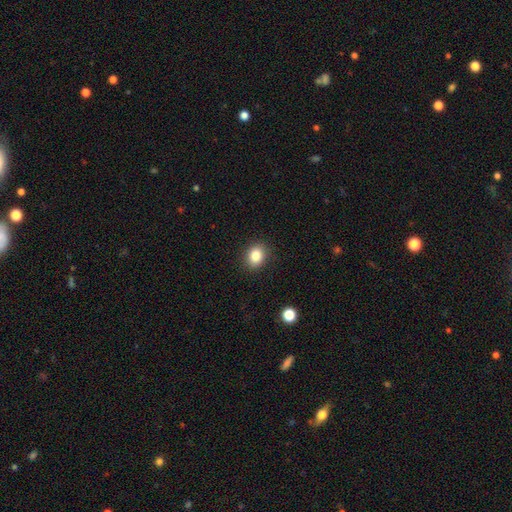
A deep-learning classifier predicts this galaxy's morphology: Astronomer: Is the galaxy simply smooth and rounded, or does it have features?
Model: smooth — 84%.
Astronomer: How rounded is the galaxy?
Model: round — 50% (runner-up: in between, 49%).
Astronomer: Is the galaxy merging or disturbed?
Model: none — 89%.